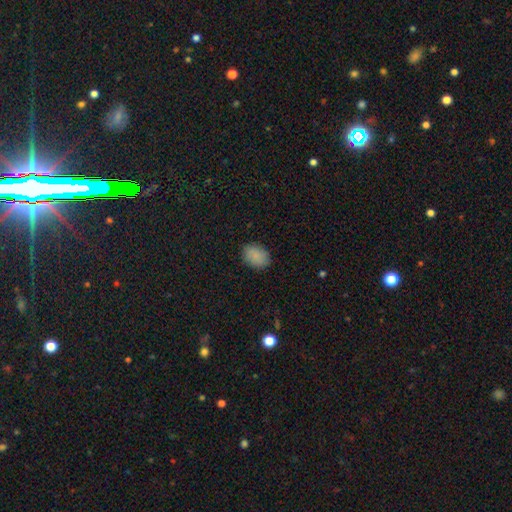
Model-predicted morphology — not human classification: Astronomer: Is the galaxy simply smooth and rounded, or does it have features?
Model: smooth — 87%.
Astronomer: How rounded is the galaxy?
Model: in between — 75%.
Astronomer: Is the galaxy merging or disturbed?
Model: none — 86%.